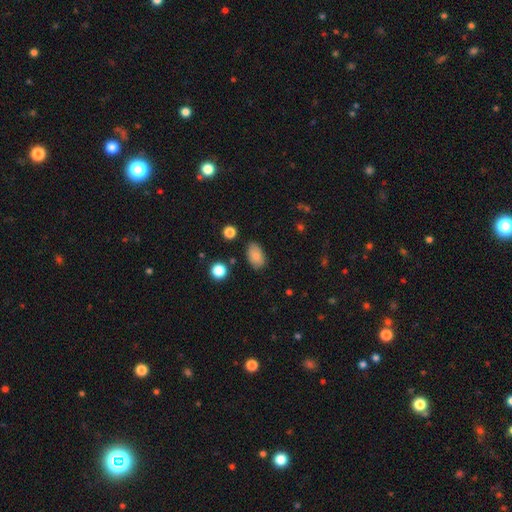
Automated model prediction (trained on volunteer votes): The model was most divided on "merging": none: 79%, minor disturbance: 16%, major disturbance: 3%, merger: 2%. More confident: how rounded — in between (91%); smooth or featured — smooth (83%).